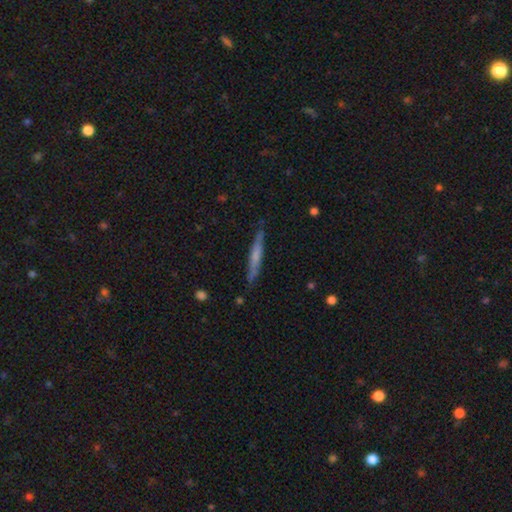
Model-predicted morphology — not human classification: A smooth galaxy with no disk features (48%).

Vote fractions:
- Smooth or featured? smooth: 48% / featured or disk: 46% / star or artifact: 6%
- Merging? none: 84% / minor disturbance: 12% / major disturbance: 2% / merger: 1%